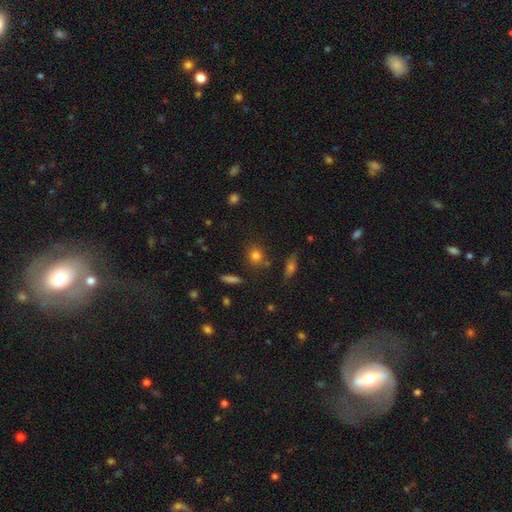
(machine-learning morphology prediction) Overall: smooth (80%). How rounded: round (75%). Merging: none (80%).